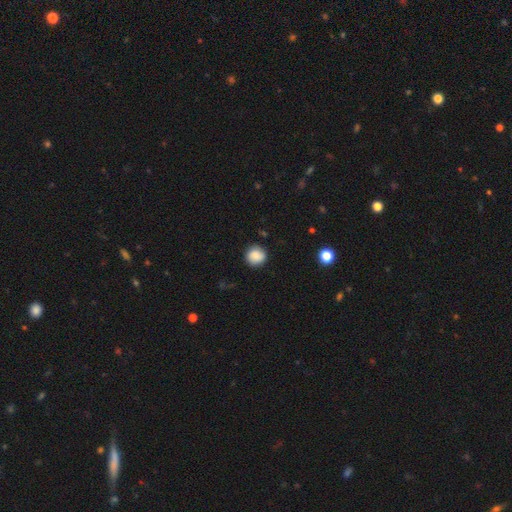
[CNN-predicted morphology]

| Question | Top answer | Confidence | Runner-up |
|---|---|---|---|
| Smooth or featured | smooth | 85% | star or artifact (9%) |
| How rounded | round | 91% | in between (8%) |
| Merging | none | 86% | minor disturbance (10%) |